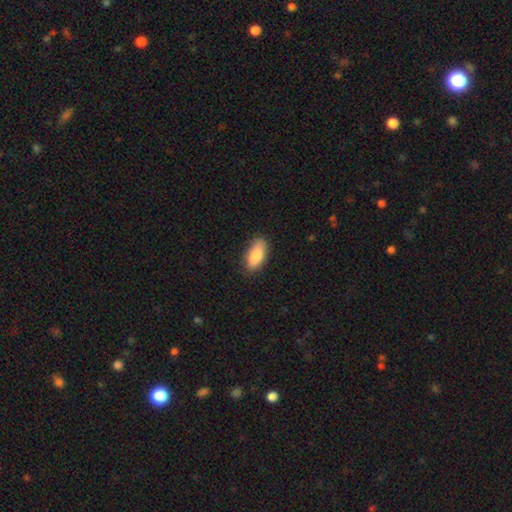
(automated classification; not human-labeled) Morphology: type=smooth (85%); roundness=in between (86%); merging=none (81%).